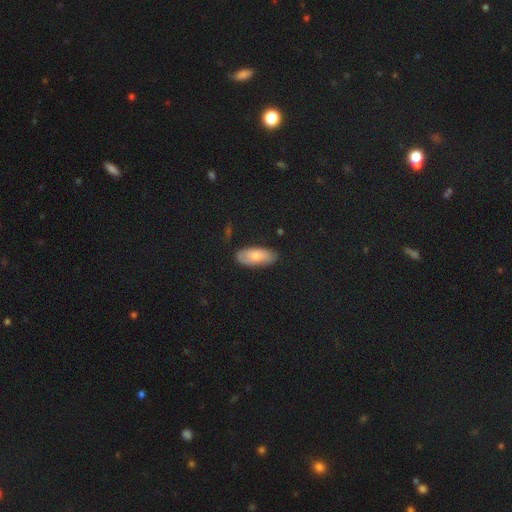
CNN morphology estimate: smooth_or_featured: smooth (p=0.77) [alt: featured or disk p=0.16]
how_rounded: in between (p=0.86) [alt: cigar-shaped p=0.12]
merging: none (p=0.81) [alt: minor disturbance p=0.14]